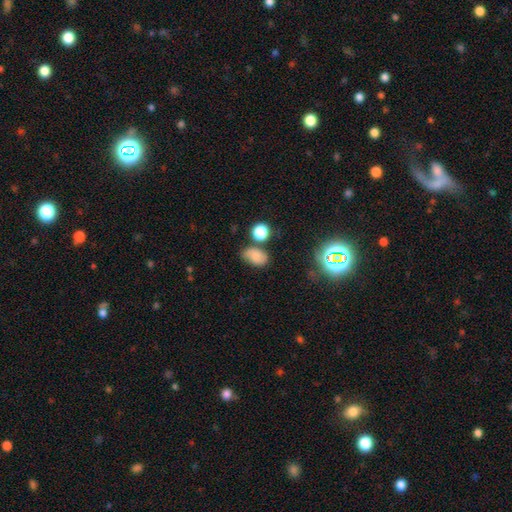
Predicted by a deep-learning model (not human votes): Smooth or featured? Predicted: smooth (p=0.72). How rounded? Predicted: in between (p=0.83). Merging? Predicted: none (p=0.58).